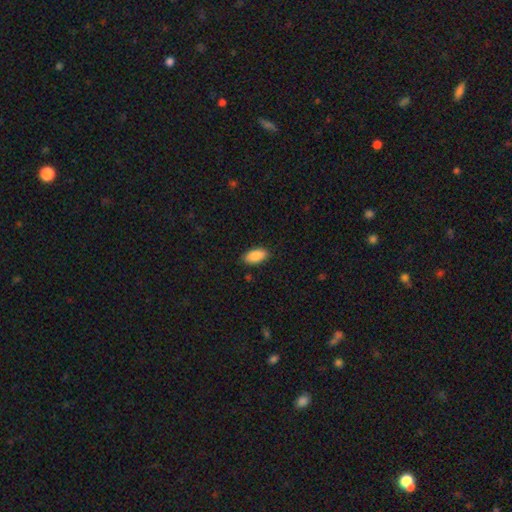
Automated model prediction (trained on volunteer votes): smooth-or-featured: smooth: 89% | star or artifact: 6% | featured or disk: 5%
  how-rounded: in between: 93% | cigar-shaped: 4% | round: 2%
  merging: none: 87% | minor disturbance: 10% | major disturbance: 2% | merger: 1%